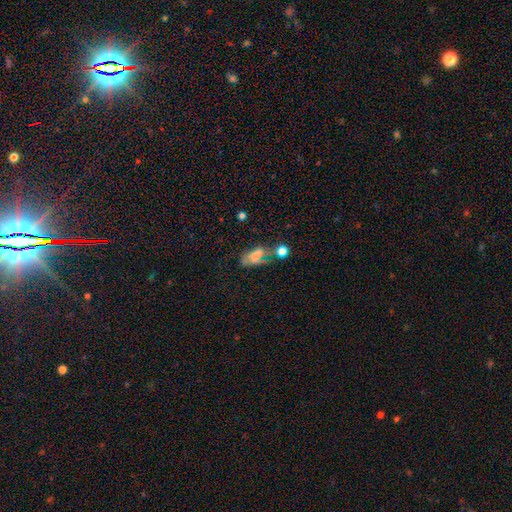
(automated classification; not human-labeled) Q: Smooth or featured?
A: smooth (50%); runner-up: featured or disk (33%)
Q: How rounded?
A: in between (82%); runner-up: round (9%)
Q: Merging?
A: major disturbance (38%); runner-up: none (23%)